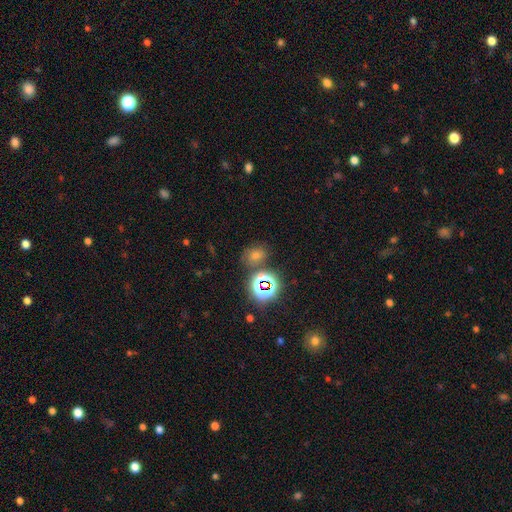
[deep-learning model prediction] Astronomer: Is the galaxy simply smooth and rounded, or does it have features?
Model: star or artifact — 49% (runner-up: smooth, 41%).